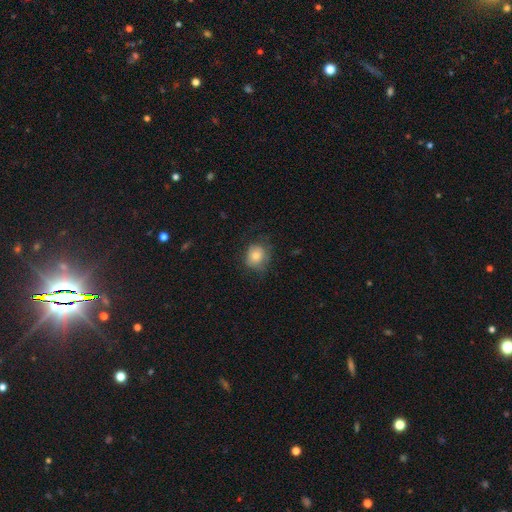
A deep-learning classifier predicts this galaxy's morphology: Overall: smooth (76%). How rounded: round (78%). Merging: none (67%).